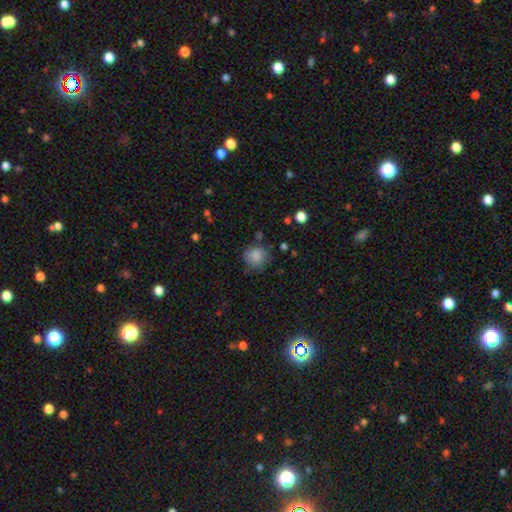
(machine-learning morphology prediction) smooth-or-featured: smooth: 85% | star or artifact: 9% | featured or disk: 6%
  how-rounded: round: 87% | in between: 12% | cigar-shaped: 1%
  merging: none: 73% | minor disturbance: 18% | major disturbance: 6% | merger: 4%